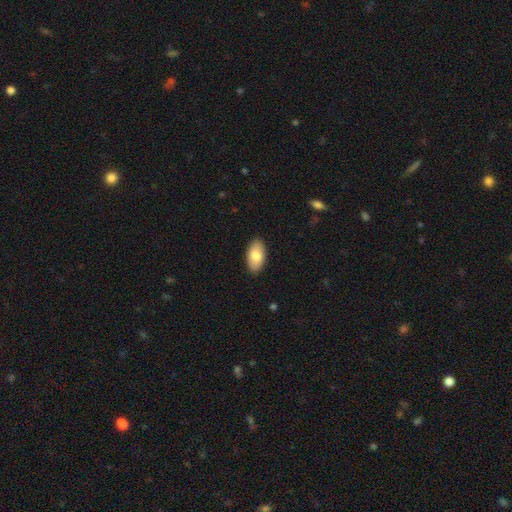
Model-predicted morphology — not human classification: This is clearly a smooth galaxy (82%). How rounded: clearly in between (95%). Merging: clearly none (89%).